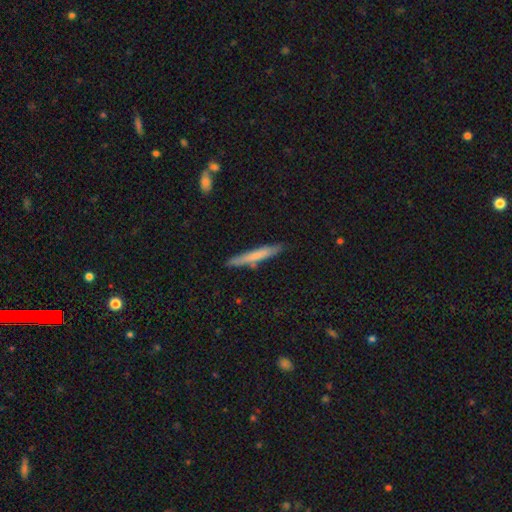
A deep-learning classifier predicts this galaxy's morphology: Q: Smooth or featured?
A: smooth (66%); runner-up: featured or disk (28%)
Q: How rounded?
A: cigar-shaped (95%); runner-up: in between (4%)
Q: Merging?
A: none (85%); runner-up: minor disturbance (11%)